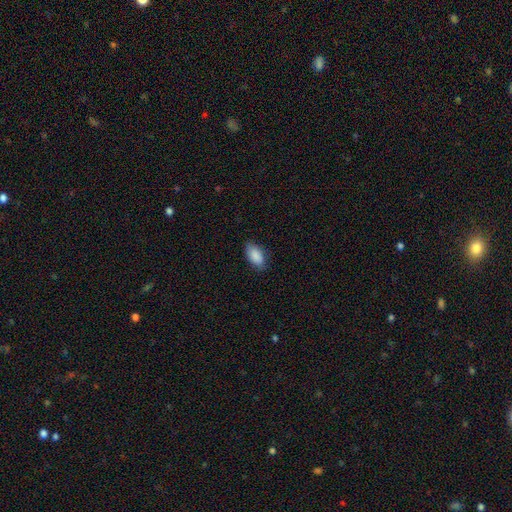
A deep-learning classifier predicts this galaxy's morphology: smooth_or_featured: smooth (p=0.89) [alt: star or artifact p=0.06]
how_rounded: in between (p=0.93) [alt: cigar-shaped p=0.04]
merging: none (p=0.80) [alt: minor disturbance p=0.16]